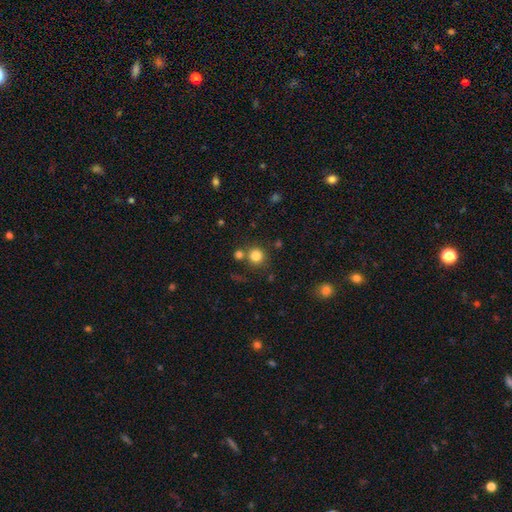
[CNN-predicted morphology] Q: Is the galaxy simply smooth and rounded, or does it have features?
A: smooth — 82%.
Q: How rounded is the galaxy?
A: round — 92%.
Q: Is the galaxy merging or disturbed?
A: none — 72%.